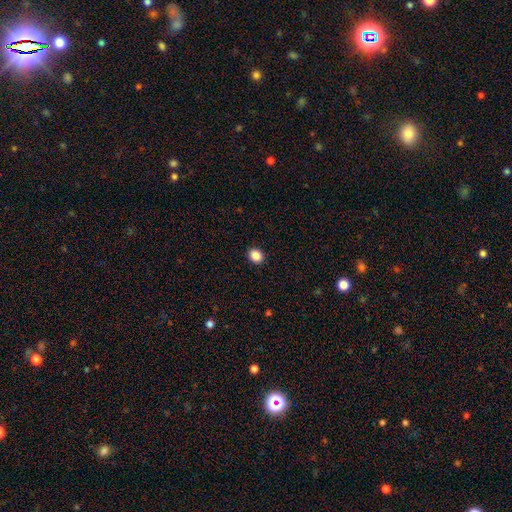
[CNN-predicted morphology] smooth-or-featured: smooth: 88% | star or artifact: 10% | featured or disk: 3%
  how-rounded: round: 67% | in between: 32% | cigar-shaped: 1%
  merging: none: 92% | minor disturbance: 5% | major disturbance: 2% | merger: 1%